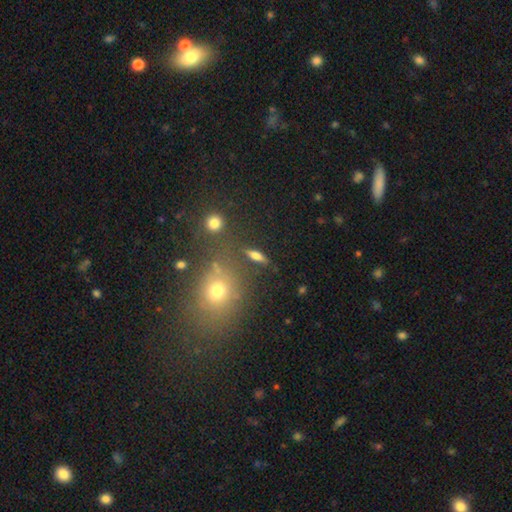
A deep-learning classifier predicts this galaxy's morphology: A smooth galaxy with no disk features (55%) that is cigar-shaped (45%).

Vote fractions:
- Smooth or featured? smooth: 55% / featured or disk: 32% / star or artifact: 13%
- How rounded? cigar-shaped: 45% / in between: 44% / round: 10%
- Merging? none: 80% / minor disturbance: 11% / merger: 5% / major disturbance: 4%